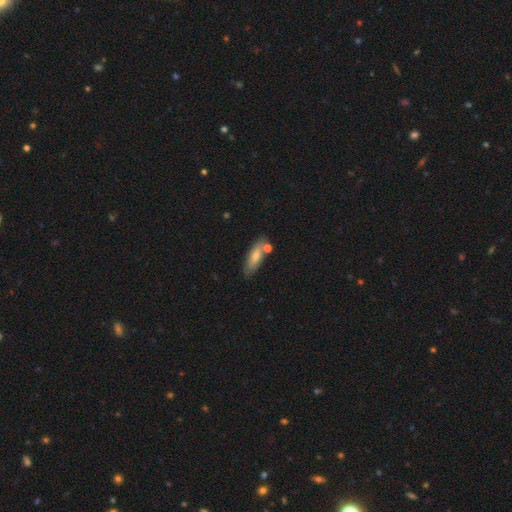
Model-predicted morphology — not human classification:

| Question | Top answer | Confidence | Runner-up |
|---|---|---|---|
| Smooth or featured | smooth | 71% | featured or disk (23%) |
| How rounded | in between | 57% | cigar-shaped (41%) |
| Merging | none | 71% | minor disturbance (15%) |